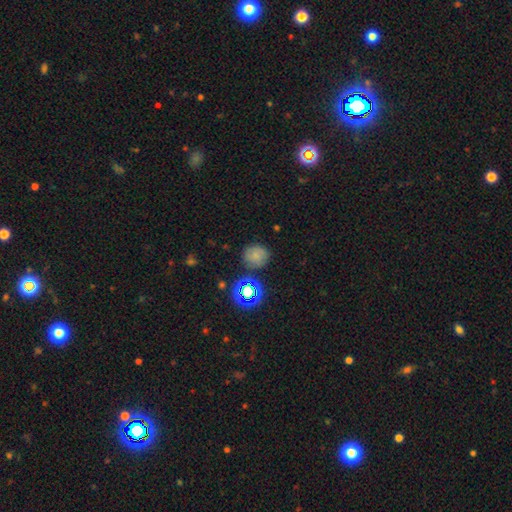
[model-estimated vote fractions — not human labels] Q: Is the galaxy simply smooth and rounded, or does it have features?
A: smooth — 66%.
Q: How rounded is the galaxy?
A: round — 83%.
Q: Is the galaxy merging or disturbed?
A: none — 77%.